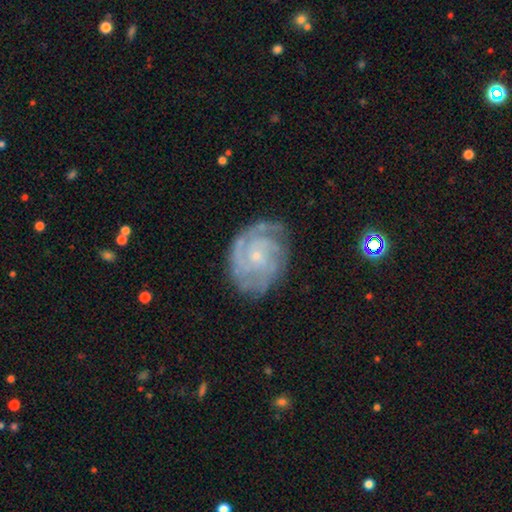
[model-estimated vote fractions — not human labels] Q: Smooth or featured?
A: featured or disk (84%); runner-up: smooth (10%)
Q: Edge-on disk?
A: no (98%); runner-up: yes (2%)
Q: Bar?
A: no (74%); runner-up: weak (22%)
Q: Spiral arms?
A: yes (96%); runner-up: no (4%)
Q: Spiral winding?
A: tight (66%); runner-up: medium (29%)
Q: Spiral arm count?
A: can't tell (28%); runner-up: 2 (25%)
Q: Bulge size?
A: small (79%); runner-up: moderate (15%)
Q: Merging?
A: none (72%); runner-up: minor disturbance (19%)